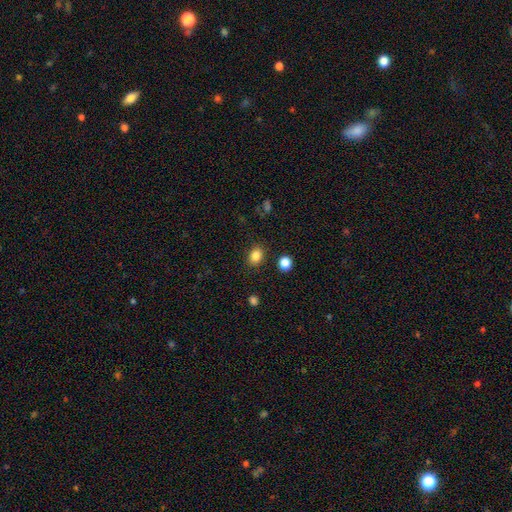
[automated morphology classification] smooth_or_featured: smooth (p=0.84) [alt: star or artifact p=0.11]
how_rounded: in between (p=0.54) [alt: round p=0.45]
merging: none (p=0.86) [alt: minor disturbance p=0.09]